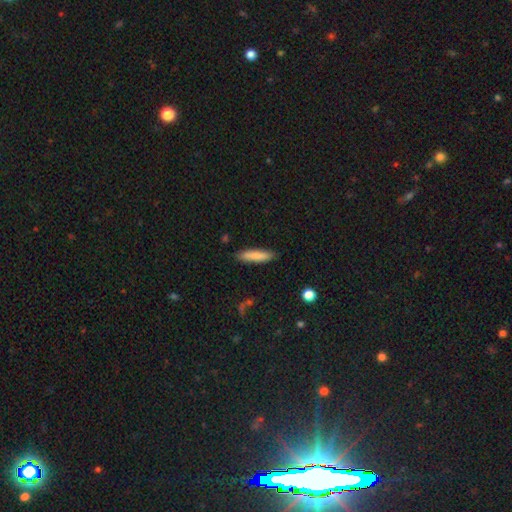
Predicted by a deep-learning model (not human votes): This appears to be a smooth galaxy with no disk features (83%) that is cigar-shaped (79%). Merging: none (87%).